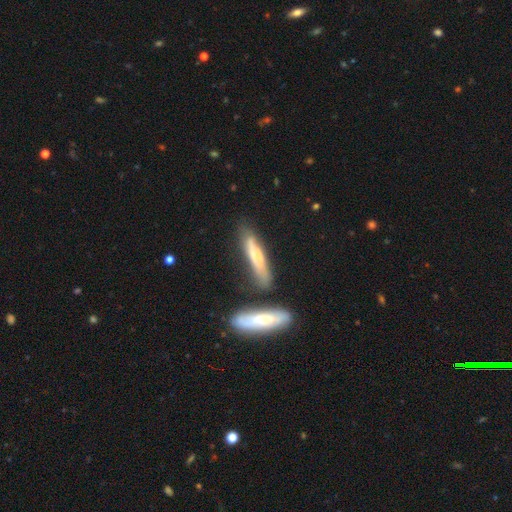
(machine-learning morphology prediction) Overall: smooth (59%; featured or disk 35%). How rounded: cigar-shaped (86%). Merging: none (60%).